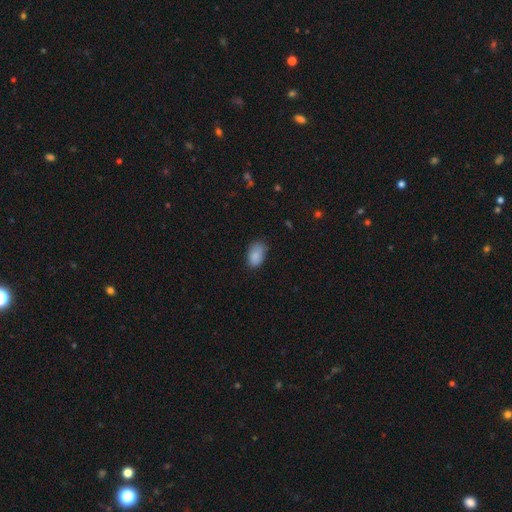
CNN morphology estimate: smooth 86%, star or artifact 8%, featured or disk 6%. Down the decision tree: how rounded — in between (89%); merging — none (65%).